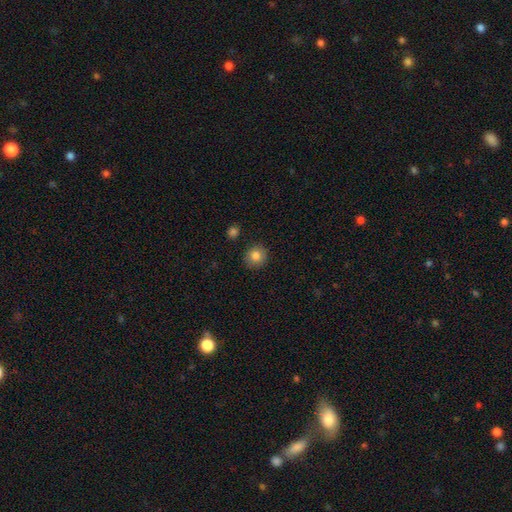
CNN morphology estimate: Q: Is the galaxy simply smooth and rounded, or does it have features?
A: smooth — 83%.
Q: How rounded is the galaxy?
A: round — 88%.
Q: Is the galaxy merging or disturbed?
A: none — 89%.